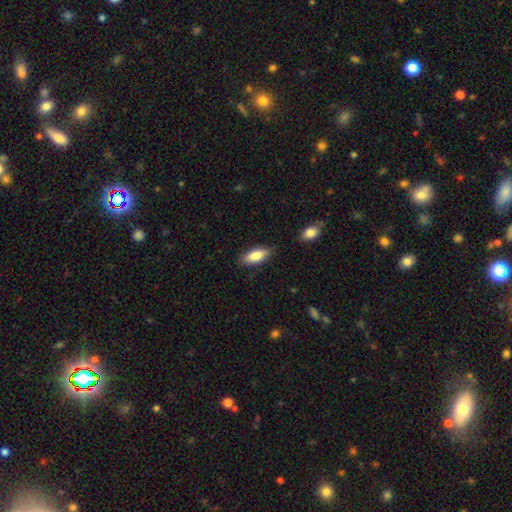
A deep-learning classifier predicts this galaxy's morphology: Smooth or featured? smooth (83%)
How rounded? in between (79%)
Merging? none (83%)